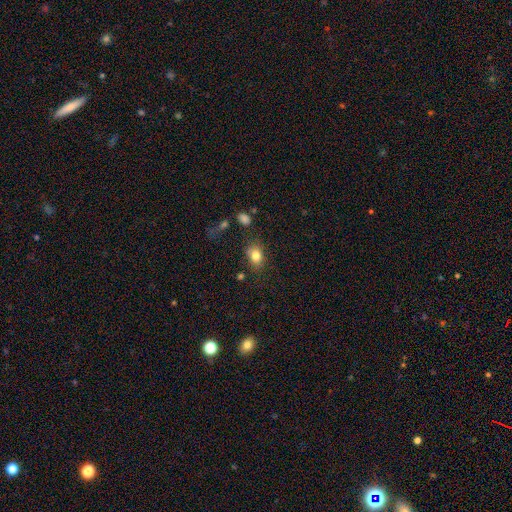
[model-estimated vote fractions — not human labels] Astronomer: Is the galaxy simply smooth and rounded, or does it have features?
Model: smooth — 81%.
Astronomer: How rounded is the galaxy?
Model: in between — 69%.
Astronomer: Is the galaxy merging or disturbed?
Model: none — 74%.